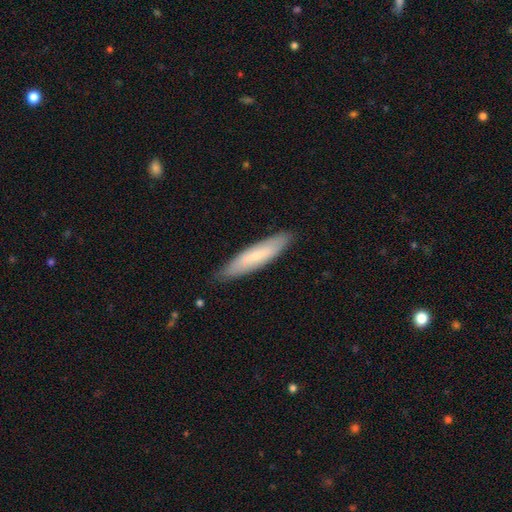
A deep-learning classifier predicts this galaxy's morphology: Overall: smooth (62%; featured or disk 32%). How rounded: cigar-shaped (79%). Merging: none (84%).